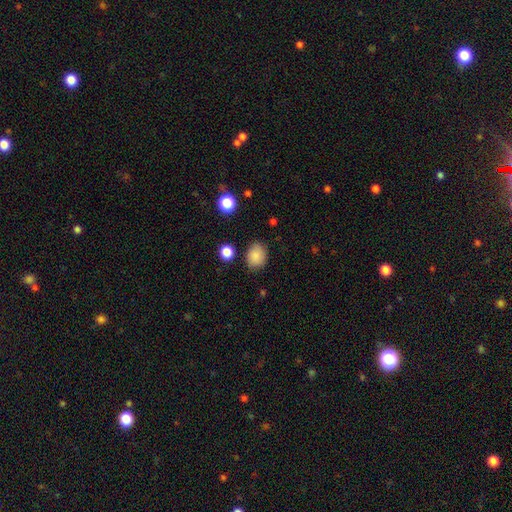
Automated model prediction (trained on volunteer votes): Smooth or featured: smooth — 86% (star or artifact — 9%)
How rounded: in between — 51% (round — 48%)
Merging: none — 81% (minor disturbance — 13%)